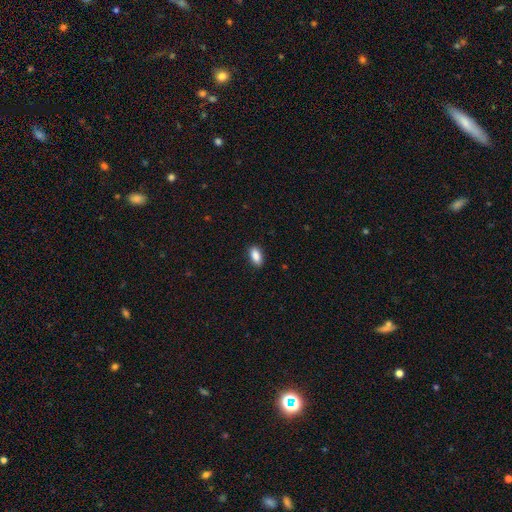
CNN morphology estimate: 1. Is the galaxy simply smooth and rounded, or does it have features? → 89% smooth, 7% star or artifact, 4% featured or disk.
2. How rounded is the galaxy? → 89% in between, 7% cigar-shaped, 4% round.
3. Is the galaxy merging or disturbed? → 88% none, 9% minor disturbance, 2% major disturbance, 1% merger.